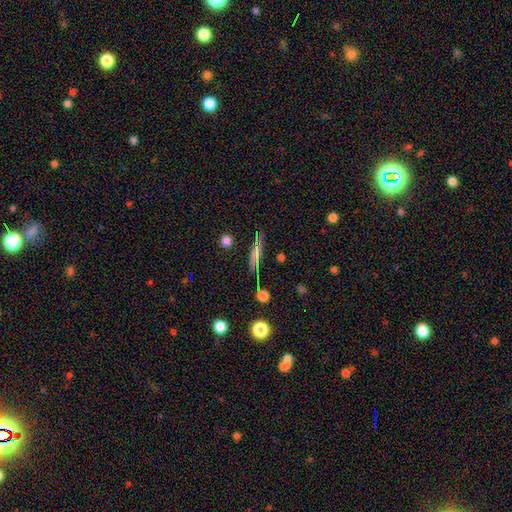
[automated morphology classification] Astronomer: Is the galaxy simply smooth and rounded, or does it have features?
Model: smooth — 61%.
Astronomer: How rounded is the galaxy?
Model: cigar-shaped — 63%.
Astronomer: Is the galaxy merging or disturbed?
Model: none — 81%.